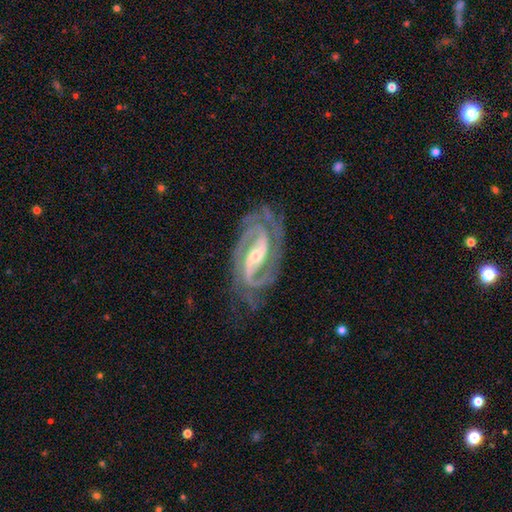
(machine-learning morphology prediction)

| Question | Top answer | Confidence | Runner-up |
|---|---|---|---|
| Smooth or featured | featured or disk | 92% | star or artifact (5%) |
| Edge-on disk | no | 96% | yes (4%) |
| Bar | strong | 52% | weak (34%) |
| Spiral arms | yes | 98% | no (2%) |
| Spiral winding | tight | 46% | medium (45%) |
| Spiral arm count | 2 | 70% | 3 (15%) |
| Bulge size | moderate | 50% | small (45%) |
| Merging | none | 75% | minor disturbance (17%) |